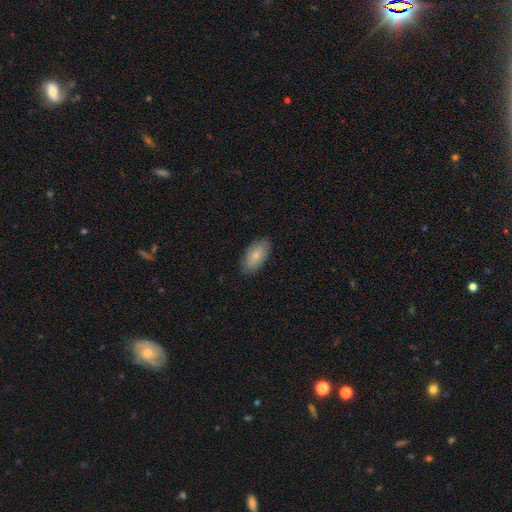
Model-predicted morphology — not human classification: Overall: smooth (81%). How rounded: in between (94%). Merging: none (87%).